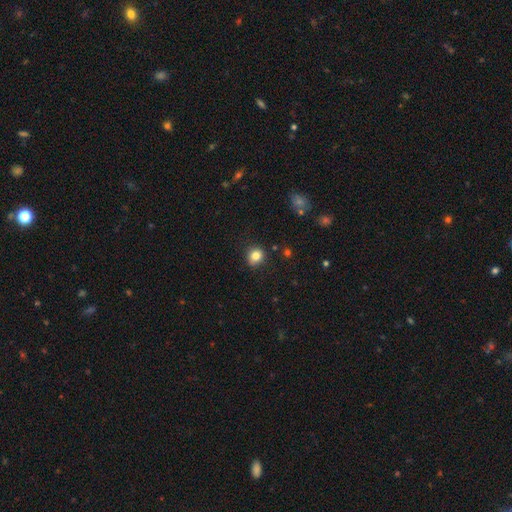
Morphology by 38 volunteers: This appears to be a smooth galaxy with no disk features (89%) that is round (85%). Merging: none (83%).